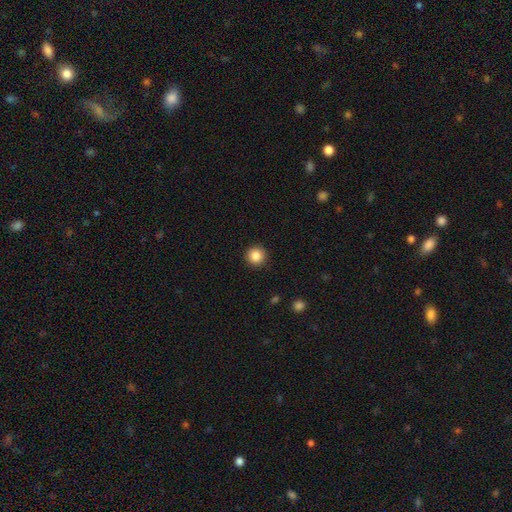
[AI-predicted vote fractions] smooth-or-featured: smooth: 85% | star or artifact: 10% | featured or disk: 5%
  how-rounded: round: 96% | in between: 3% | cigar-shaped: 1%
  merging: none: 93% | minor disturbance: 5% | major disturbance: 2% | merger: 1%